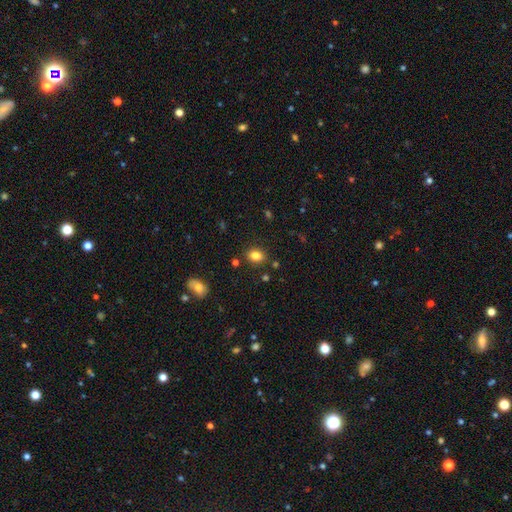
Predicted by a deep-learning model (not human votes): smooth-or-featured: smooth: 82% | star or artifact: 12% | featured or disk: 7%
  how-rounded: round: 50% | in between: 49% | cigar-shaped: 1%
  merging: none: 85% | minor disturbance: 9% | merger: 3% | major disturbance: 3%